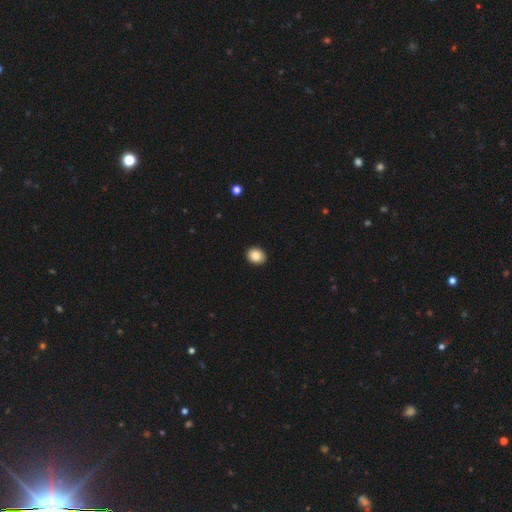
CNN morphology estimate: type=smooth (88%); roundness=round (61%); merging=none (91%).